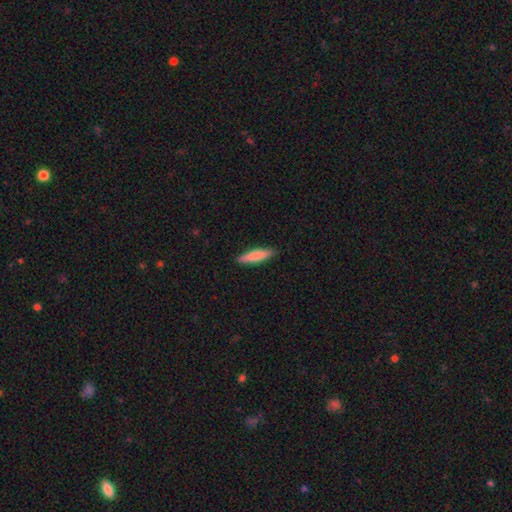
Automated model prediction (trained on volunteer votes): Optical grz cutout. It shows a smooth galaxy with no disk features (78%) that is cigar-shaped (79%). Merging: none (89%).